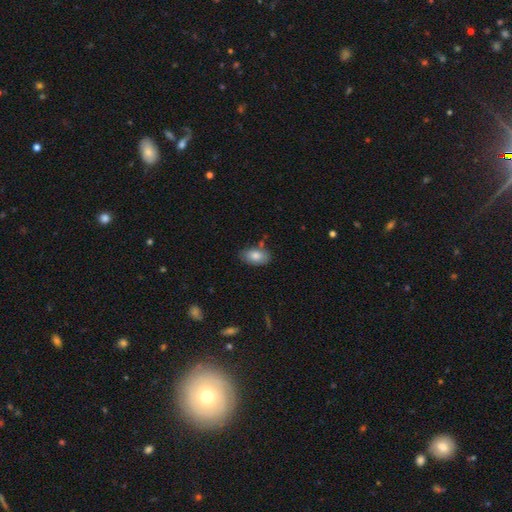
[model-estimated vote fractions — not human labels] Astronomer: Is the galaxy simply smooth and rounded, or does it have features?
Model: smooth — 82%.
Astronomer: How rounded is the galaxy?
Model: in between — 93%.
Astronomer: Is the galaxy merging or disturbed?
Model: none — 75%.